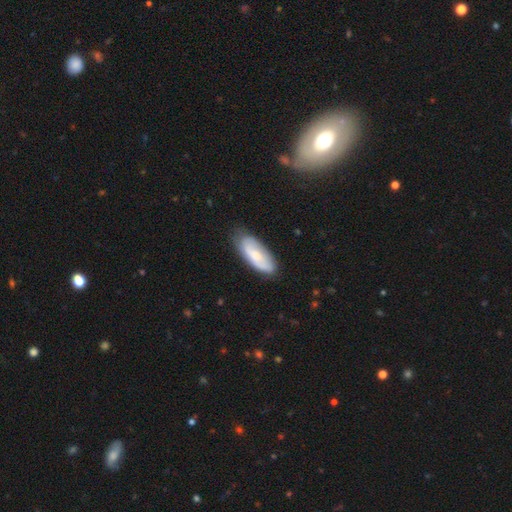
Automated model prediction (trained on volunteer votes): A smooth galaxy with no disk features (62%) that is in between round and cigar-shaped (79%).

Vote fractions:
- Smooth or featured? smooth: 62% / featured or disk: 32% / star or artifact: 6%
- How rounded? in between: 79% / cigar-shaped: 19% / round: 2%
- Merging? none: 71% / minor disturbance: 23% / major disturbance: 5% / merger: 2%